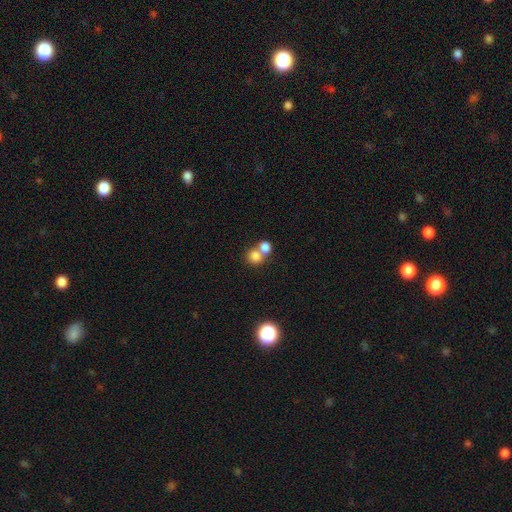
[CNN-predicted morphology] Overall: smooth (79%). How rounded: round (80%). Merging: merger (55%; none 36%).